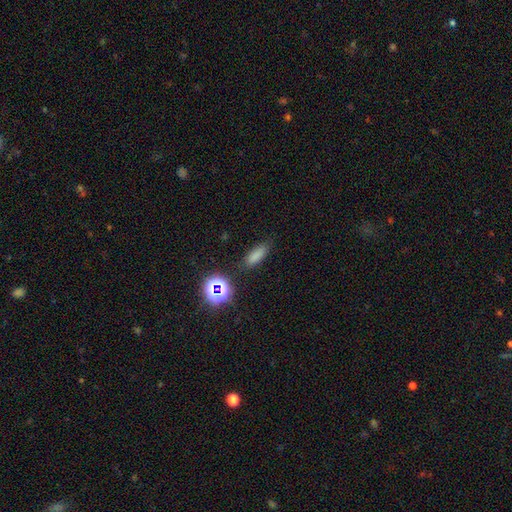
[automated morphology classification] smooth_or_featured: smooth (p=0.76) [alt: star or artifact p=0.17]
how_rounded: in between (p=0.61) [alt: cigar-shaped p=0.34]
merging: none (p=0.81) [alt: minor disturbance p=0.12]